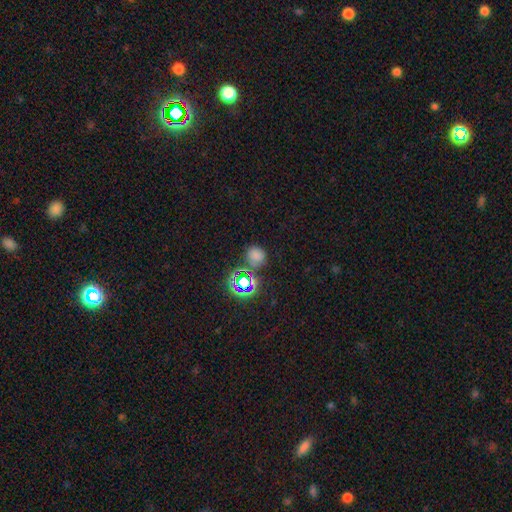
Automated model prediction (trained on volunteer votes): This is likely a smooth galaxy (63%). How rounded: clearly round (83%). Merging: likely none (73%).